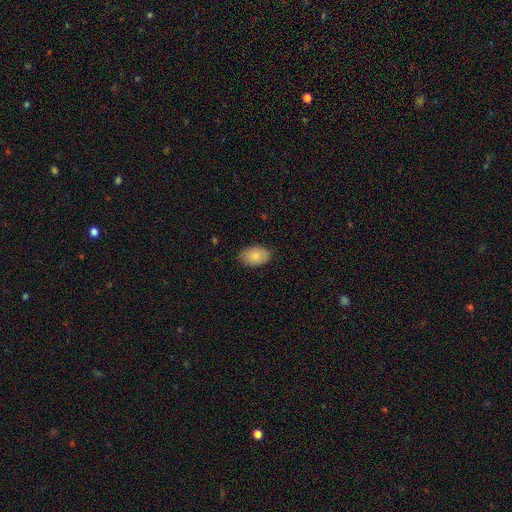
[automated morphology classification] This is clearly a smooth galaxy (85%). How rounded: clearly in between (89%). Merging: clearly none (84%).